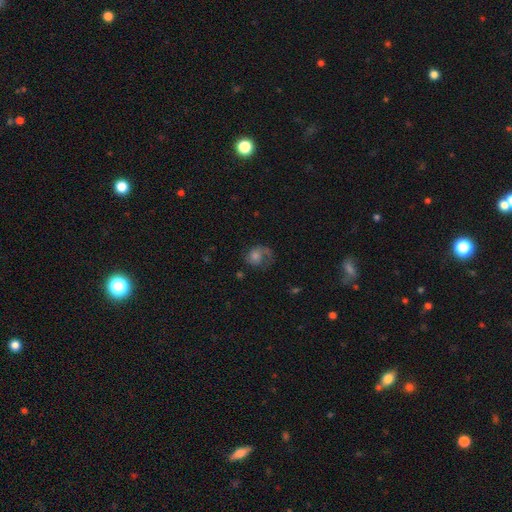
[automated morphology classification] This is possibly a featured or disk galaxy (51%). It is clearly not viewed edge-on (97%). Merging: possibly none (48%).